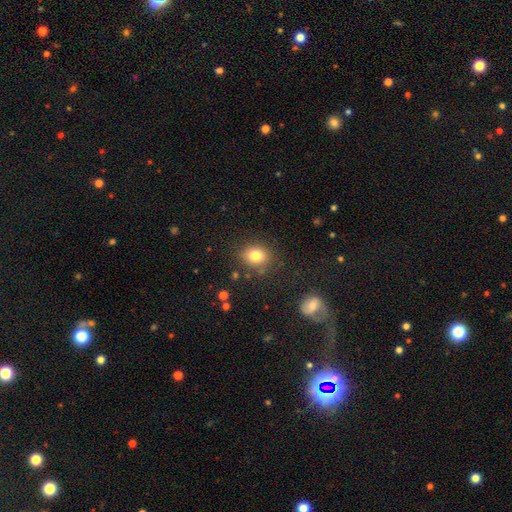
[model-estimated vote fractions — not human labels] smooth 79%, star or artifact 12%, featured or disk 9%. Down the decision tree: how rounded — round (64%); merging — none (82%).